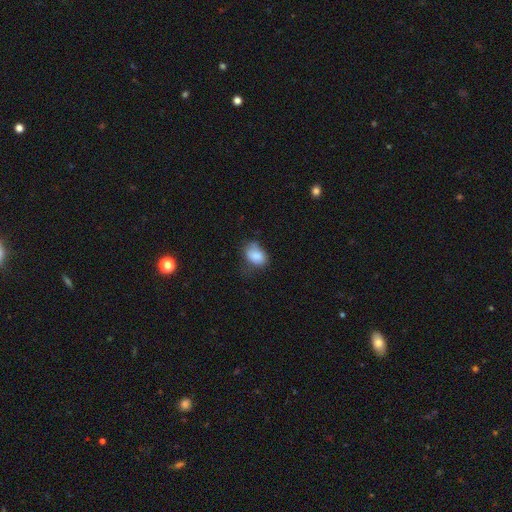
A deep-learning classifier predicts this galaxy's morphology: type=smooth (83%); roundness=in between (78%); merging=none (46%).